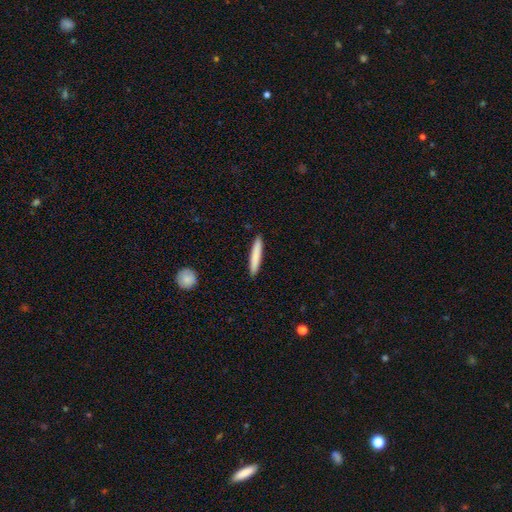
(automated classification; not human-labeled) smooth 81%, featured or disk 13%, star or artifact 6%. Down the decision tree: how rounded — cigar-shaped (94%); merging — none (92%).